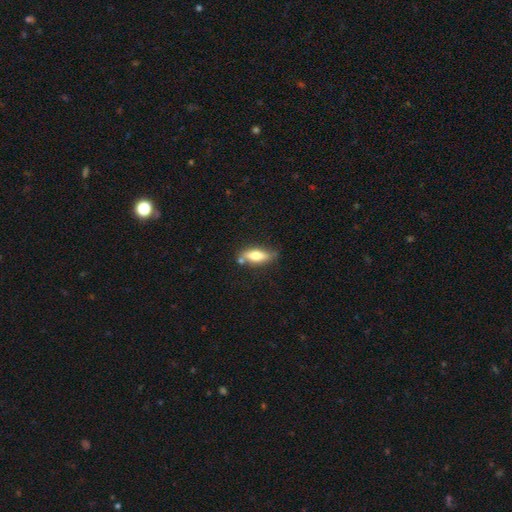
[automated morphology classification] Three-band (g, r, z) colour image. It shows a smooth galaxy with no disk features (63%) that is in between round and cigar-shaped (60%). Merging: none (68%).